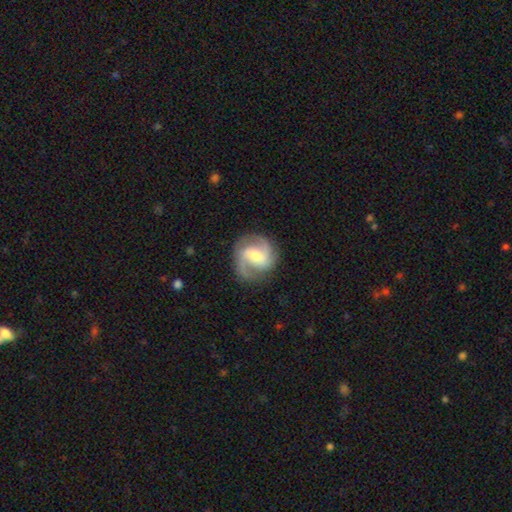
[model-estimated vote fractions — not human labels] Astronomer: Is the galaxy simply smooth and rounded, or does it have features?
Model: featured or disk — 82%.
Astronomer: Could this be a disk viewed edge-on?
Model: no — 98%.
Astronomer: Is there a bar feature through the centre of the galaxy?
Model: weak — 49% (runner-up: no, 27%).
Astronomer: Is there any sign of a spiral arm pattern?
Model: yes — 96%.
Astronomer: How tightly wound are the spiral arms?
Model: medium — 53%.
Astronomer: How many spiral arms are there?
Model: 2 — 65%.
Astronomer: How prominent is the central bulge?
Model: moderate — 53% (runner-up: small, 34%).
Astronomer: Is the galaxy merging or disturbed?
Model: none — 80%.